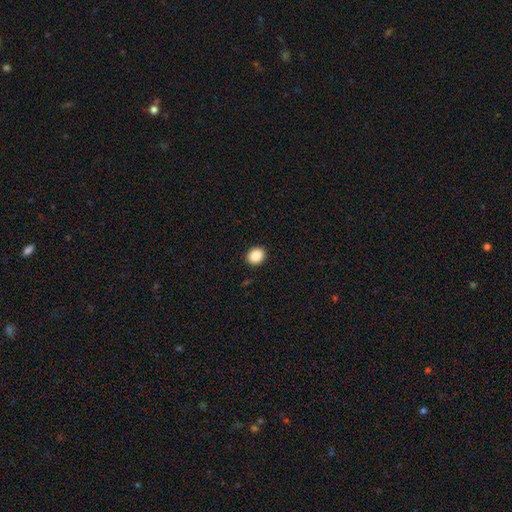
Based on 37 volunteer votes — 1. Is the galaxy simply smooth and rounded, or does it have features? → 92% smooth, 5% star or artifact, 3% featured or disk.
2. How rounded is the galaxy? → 82% round, 18% in between, 0% cigar-shaped.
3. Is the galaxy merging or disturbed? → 91% none, 3% minor disturbance, 3% major disturbance, 3% merger.